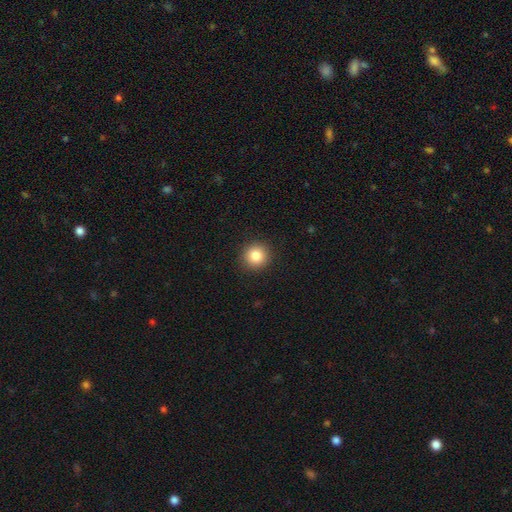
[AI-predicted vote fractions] Smooth or featured: smooth — 83% (star or artifact — 10%)
How rounded: round — 93% (in between — 6%)
Merging: none — 92% (minor disturbance — 5%)